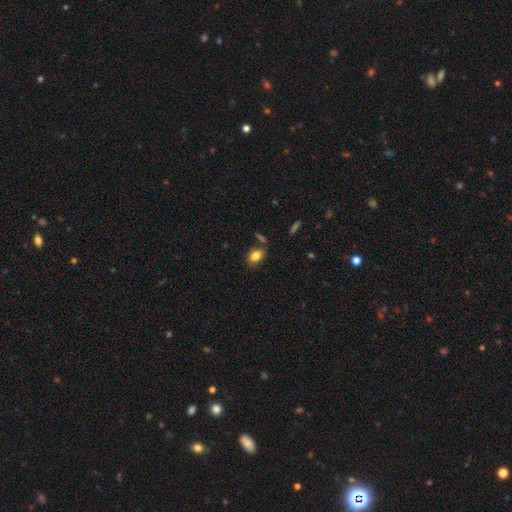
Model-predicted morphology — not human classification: smooth 82%, star or artifact 9%, featured or disk 9%. Down the decision tree: how rounded — in between (80%); merging — none (75%).